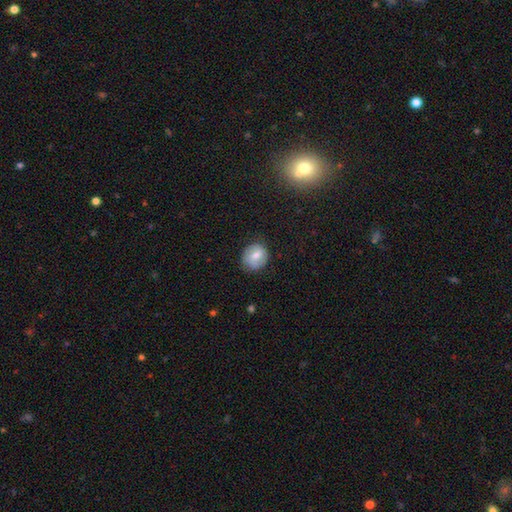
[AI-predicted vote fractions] A smooth galaxy with no disk features (60%) that is round (81%). Merging: none (79%).